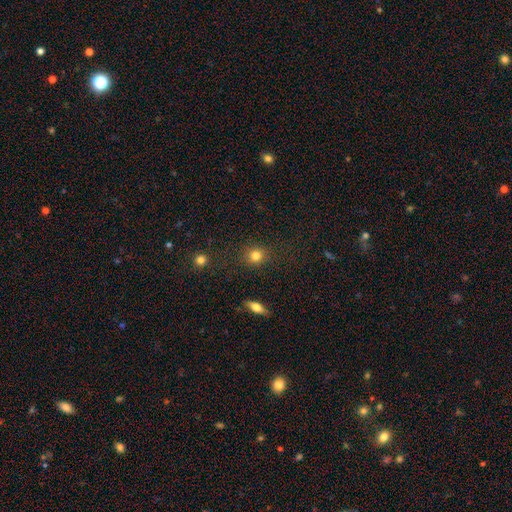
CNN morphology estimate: Q: Smooth or featured?
A: smooth (82%); runner-up: star or artifact (11%)
Q: How rounded?
A: round (84%); runner-up: in between (15%)
Q: Merging?
A: none (86%); runner-up: minor disturbance (8%)